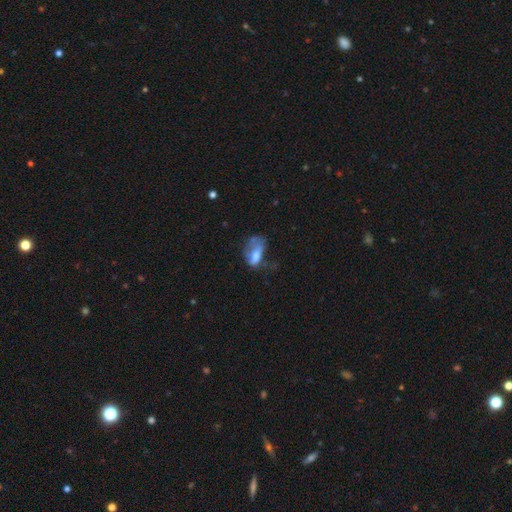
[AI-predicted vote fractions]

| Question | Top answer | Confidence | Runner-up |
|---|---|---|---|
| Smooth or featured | smooth | 54% | featured or disk (36%) |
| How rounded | in between | 85% | round (10%) |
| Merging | major disturbance | 47% | minor disturbance (23%) |